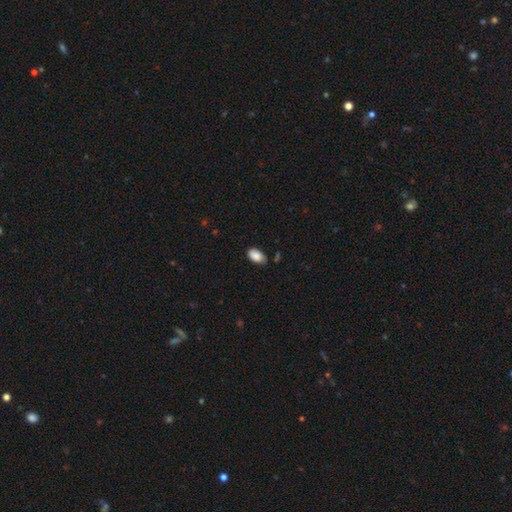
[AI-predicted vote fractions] Smooth or featured?
  - smooth: 87% *
  - star or artifact: 7%
  - featured or disk: 6%
How rounded?
  - in between: 94% *
  - round: 5%
  - cigar-shaped: 1%
Merging?
  - none: 72% *
  - minor disturbance: 22%
  - major disturbance: 3%
  - merger: 2%